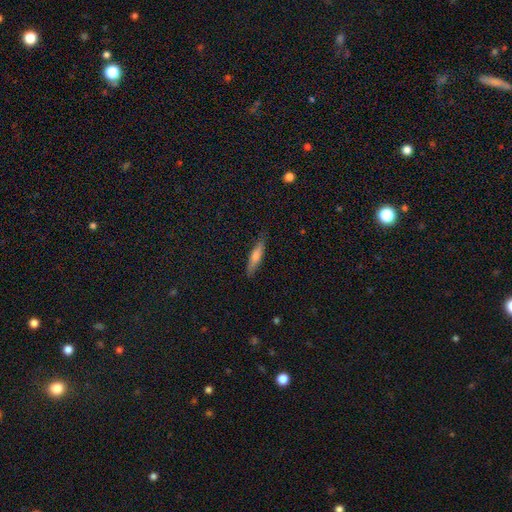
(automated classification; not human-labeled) Smooth or featured? Predicted: smooth (p=0.52). How rounded? Predicted: cigar-shaped (p=0.84). Merging? Predicted: none (p=0.86).